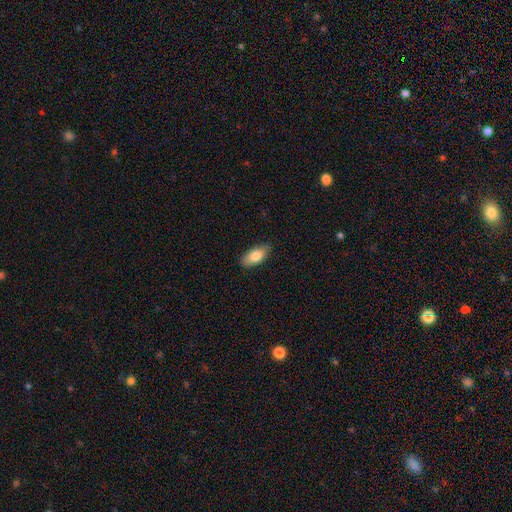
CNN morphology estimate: type=smooth (80%); roundness=in between (89%); merging=none (85%).